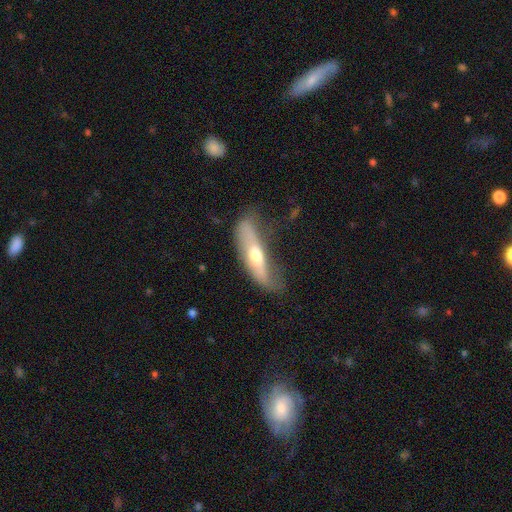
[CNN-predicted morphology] This appears to be a featured or disk galaxy (51%) viewed edge-on (51%). Merging: none (47%).